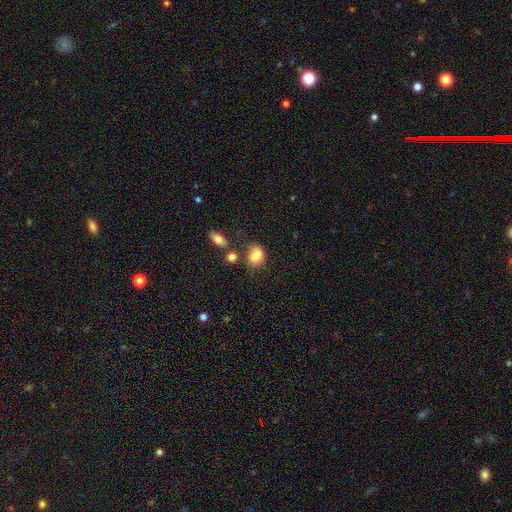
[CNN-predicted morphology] Q: Smooth or featured?
A: smooth (80%); runner-up: star or artifact (10%)
Q: How rounded?
A: in between (65%); runner-up: round (33%)
Q: Merging?
A: none (52%); runner-up: minor disturbance (23%)